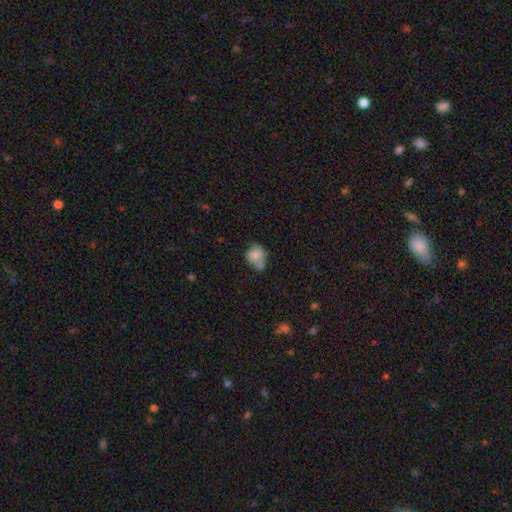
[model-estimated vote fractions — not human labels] Smooth or featured? smooth (69%)
How rounded? in between (51%)
Merging? merger (32%)